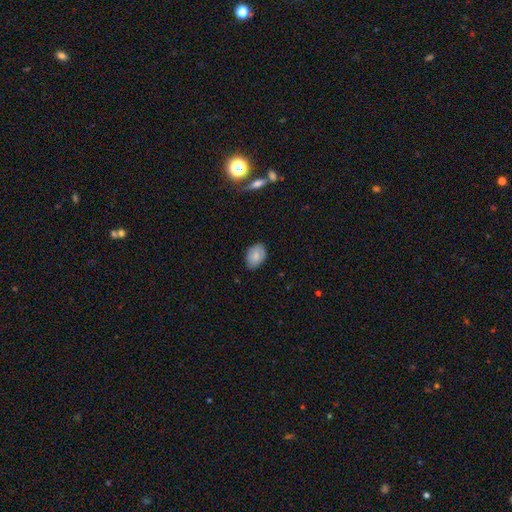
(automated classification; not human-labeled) Q: Smooth or featured?
A: smooth (82%); runner-up: featured or disk (11%)
Q: How rounded?
A: in between (83%); runner-up: round (16%)
Q: Merging?
A: none (79%); runner-up: minor disturbance (17%)